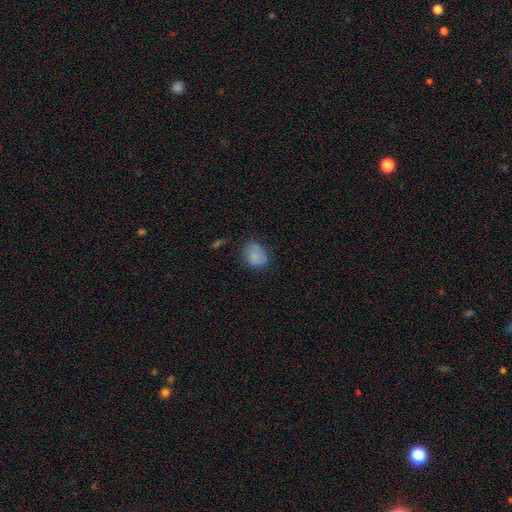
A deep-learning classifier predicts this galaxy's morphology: Smooth or featured? smooth (79%)
How rounded? round (51%)
Merging? none (62%)